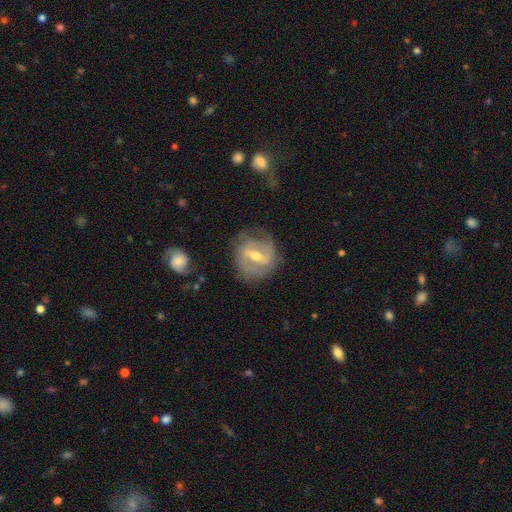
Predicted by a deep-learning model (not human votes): Overall: featured or disk (78%). Edge-on disk: no (93%). Bar: strong (58%; weak 33%). Spiral arms: yes (70%). Spiral arm count: 2 (67%). Spiral winding: medium (41%; tight 39%). Bulge size: moderate (60%; small 36%). Merging: none (68%).